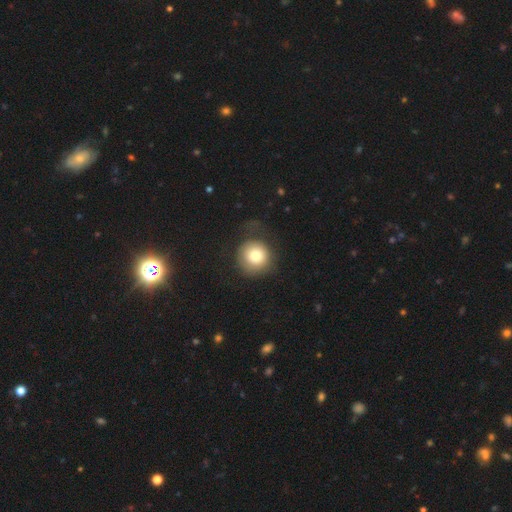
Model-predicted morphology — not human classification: Smooth or featured: smooth — 76% (featured or disk — 15%)
How rounded: round — 93% (in between — 6%)
Merging: none — 60% (minor disturbance — 20%)